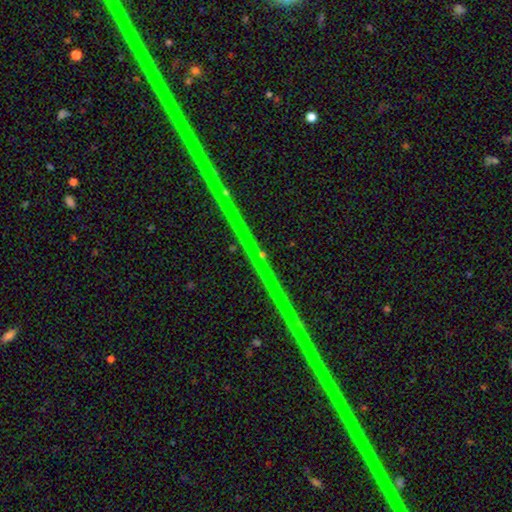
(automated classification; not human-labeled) Smooth or featured? star or artifact (89%)